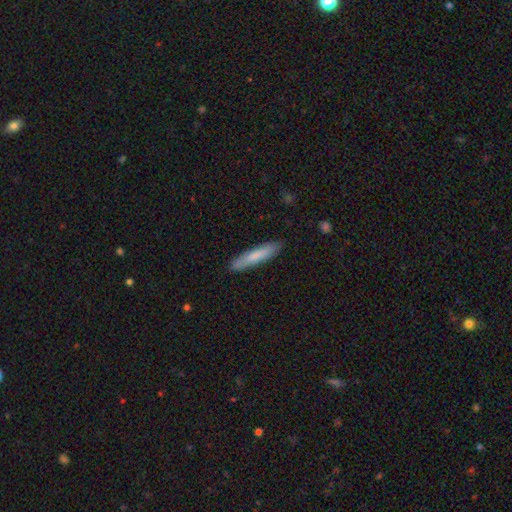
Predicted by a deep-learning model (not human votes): The model was most divided on "smooth or featured": smooth: 74%, featured or disk: 21%, star or artifact: 6%. More confident: how rounded — cigar-shaped (90%); merging — none (87%).